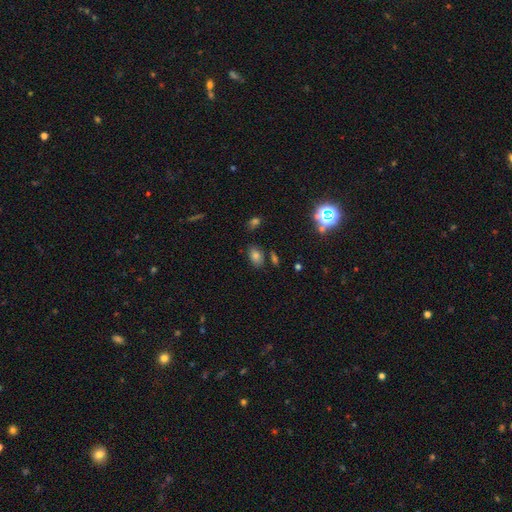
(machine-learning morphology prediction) A smooth galaxy with no disk features (76%) that is in between round and cigar-shaped (85%). Merging: none (76%).